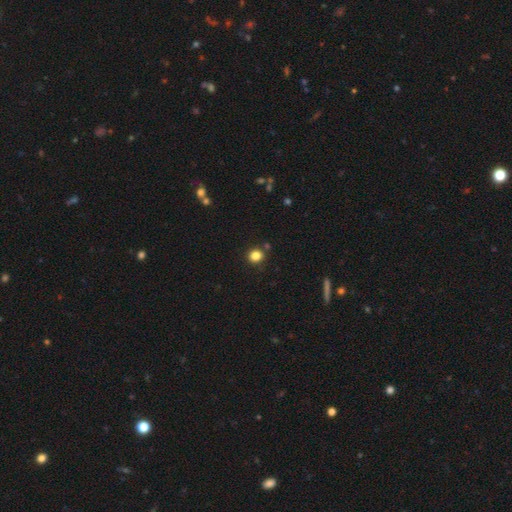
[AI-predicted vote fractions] Q: Smooth or featured?
A: smooth (84%); runner-up: star or artifact (12%)
Q: How rounded?
A: round (79%); runner-up: in between (20%)
Q: Merging?
A: none (85%); runner-up: minor disturbance (8%)